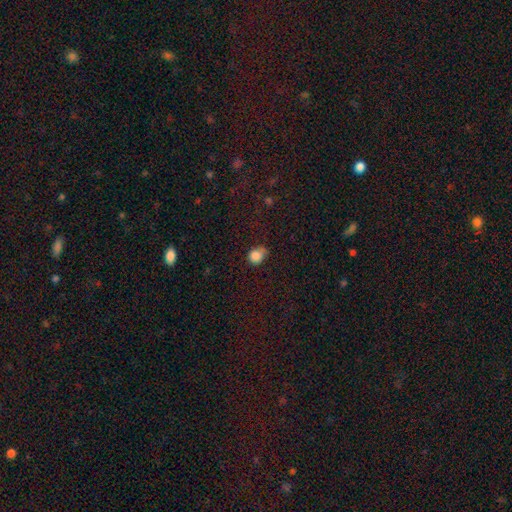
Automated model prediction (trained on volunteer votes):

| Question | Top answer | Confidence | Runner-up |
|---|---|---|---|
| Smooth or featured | smooth | 84% | star or artifact (10%) |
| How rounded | round | 66% | in between (33%) |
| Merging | none | 44% | minor disturbance (39%) |